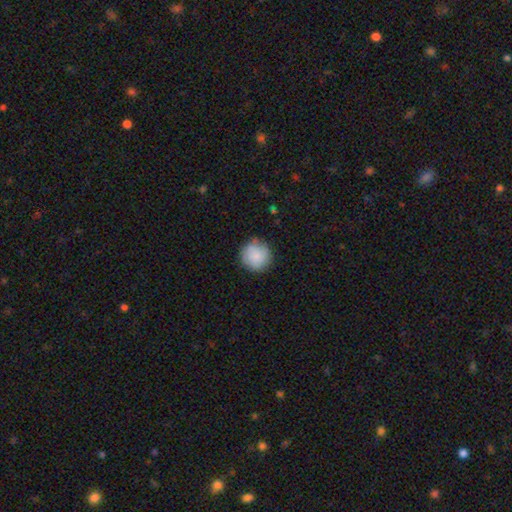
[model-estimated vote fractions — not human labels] The model was most divided on "merging": none: 83%, minor disturbance: 12%, major disturbance: 3%, merger: 1%. More confident: how rounded — round (95%); smooth or featured — smooth (85%).